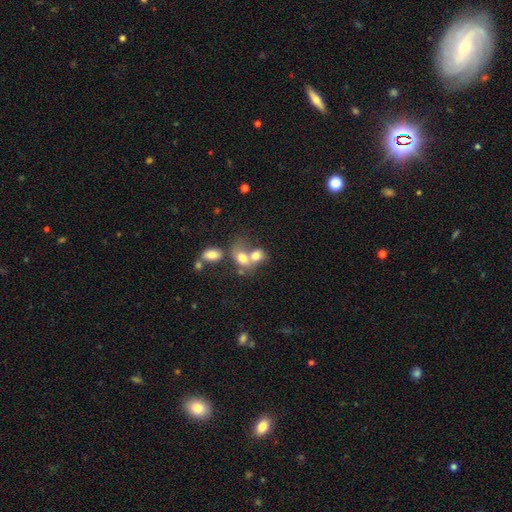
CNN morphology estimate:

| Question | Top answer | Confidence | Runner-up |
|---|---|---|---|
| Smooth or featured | smooth | 71% | featured or disk (18%) |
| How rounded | in between | 60% | round (38%) |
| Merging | merger | 69% | none (18%) |